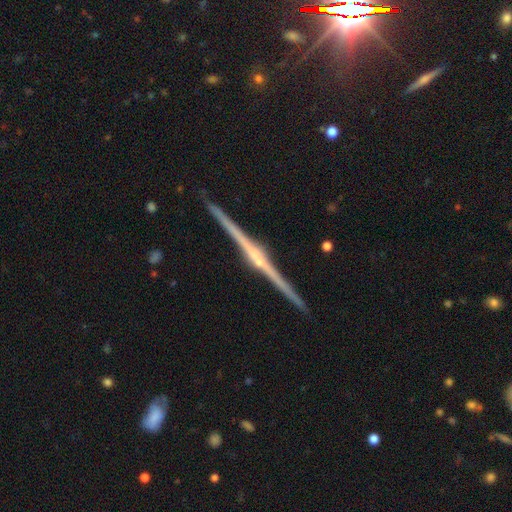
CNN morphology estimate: Overall: featured or disk (88%). Edge-on disk: yes (99%). Edge-on bulge: rounded (68%). Merging: none (92%).